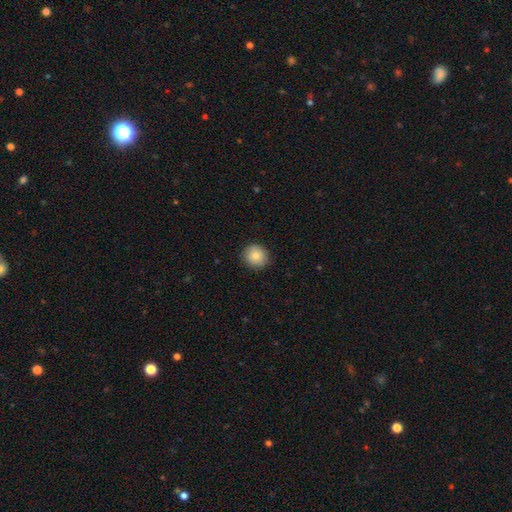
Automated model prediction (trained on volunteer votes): Morphology: type=smooth (84%); roundness=round (86%); merging=none (88%).